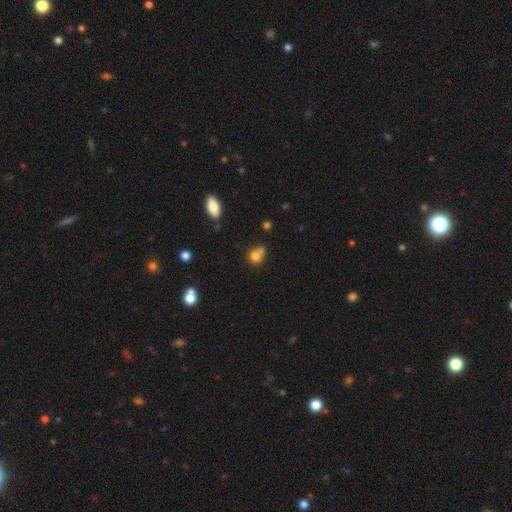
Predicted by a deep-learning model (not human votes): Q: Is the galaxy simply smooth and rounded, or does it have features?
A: smooth — 77%.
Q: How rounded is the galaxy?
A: round — 73%.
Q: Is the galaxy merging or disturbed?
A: merger — 43%.